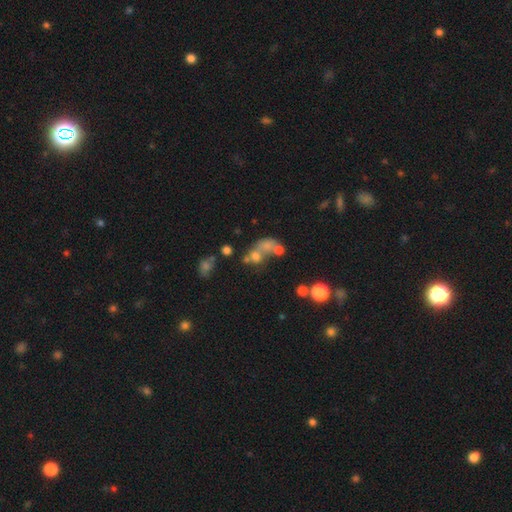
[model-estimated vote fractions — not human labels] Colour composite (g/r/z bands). It shows a smooth galaxy with no disk features (49%). Merging: merger (51%).